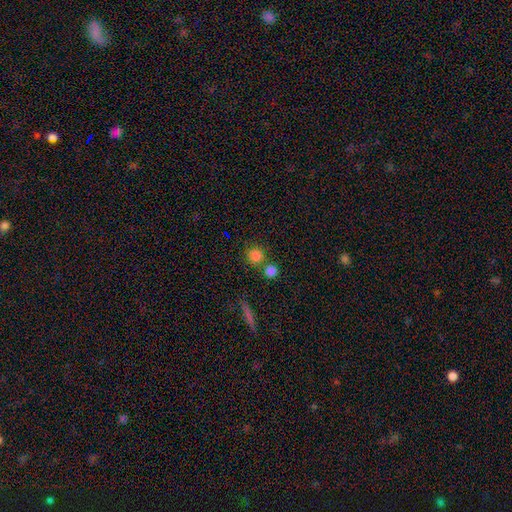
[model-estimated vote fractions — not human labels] Smooth or featured? Predicted: smooth (p=0.81). How rounded? Predicted: round (p=0.92). Merging? Predicted: none (p=0.68).